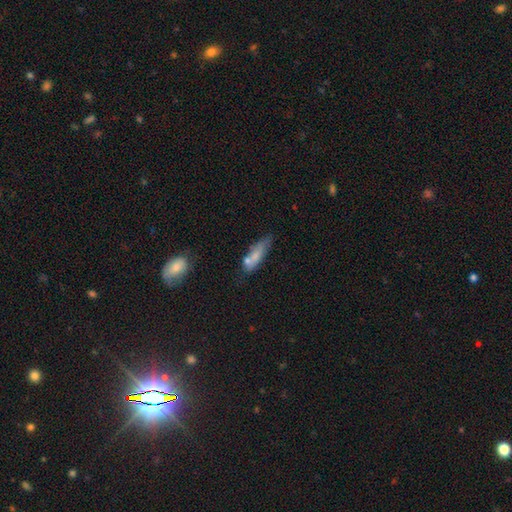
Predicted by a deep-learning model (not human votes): Q: Smooth or featured?
A: smooth (69%); runner-up: featured or disk (22%)
Q: How rounded?
A: in between (49%); runner-up: cigar-shaped (48%)
Q: Merging?
A: none (43%); runner-up: minor disturbance (24%)